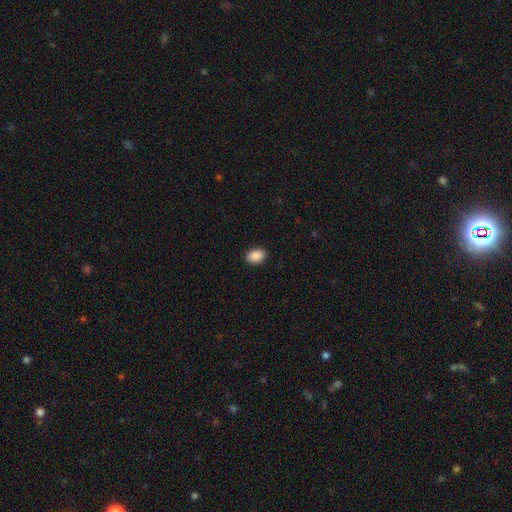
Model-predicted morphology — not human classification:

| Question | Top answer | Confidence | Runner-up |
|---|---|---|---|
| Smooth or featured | smooth | 90% | star or artifact (7%) |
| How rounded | in between | 79% | round (20%) |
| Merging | none | 90% | minor disturbance (7%) |